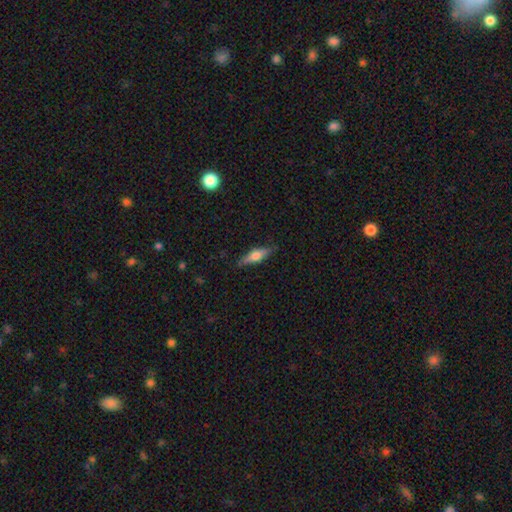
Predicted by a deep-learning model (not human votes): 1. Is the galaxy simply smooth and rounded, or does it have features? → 53% featured or disk, 41% smooth, 7% star or artifact.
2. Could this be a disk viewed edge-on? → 94% yes, 6% no.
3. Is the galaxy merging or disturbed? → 85% none, 12% minor disturbance, 2% major disturbance, 1% merger.